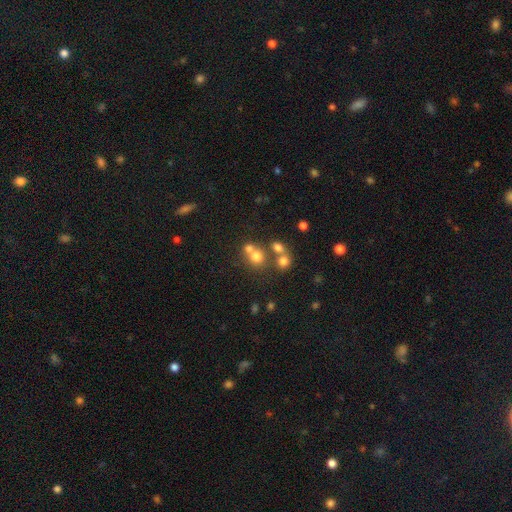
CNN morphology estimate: A smooth galaxy with no disk features (69%) that is round (83%).

Vote fractions:
- Smooth or featured? smooth: 69% / star or artifact: 17% / featured or disk: 13%
- How rounded? round: 83% / in between: 16% / cigar-shaped: 1%
- Merging? none: 49% / merger: 39% / minor disturbance: 8% / major disturbance: 4%